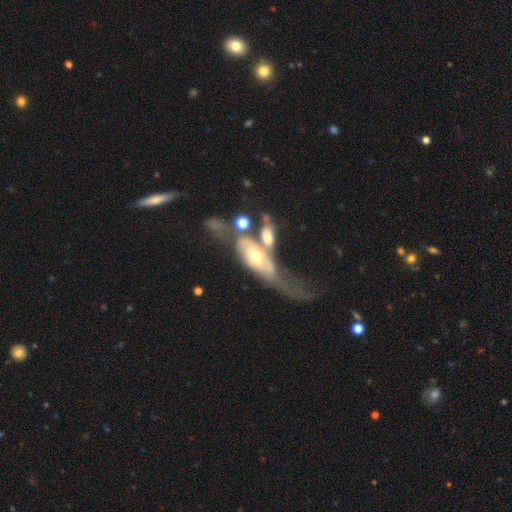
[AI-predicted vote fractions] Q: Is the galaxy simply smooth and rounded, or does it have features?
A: featured or disk — 61%.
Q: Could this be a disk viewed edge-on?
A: no — 76%.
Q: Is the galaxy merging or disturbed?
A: merger — 46%.